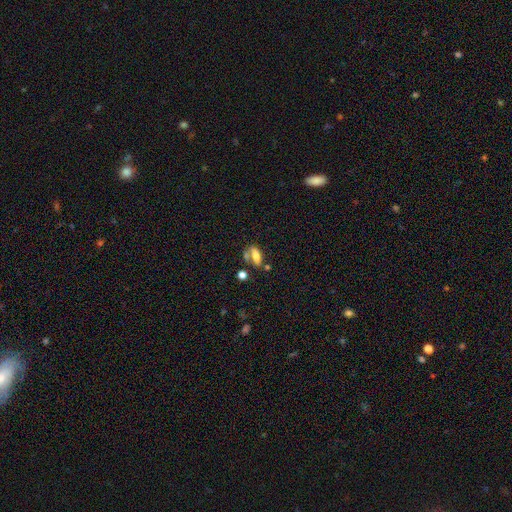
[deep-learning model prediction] A smooth galaxy with no disk features (68%) that is in between round and cigar-shaped (76%).

Vote fractions:
- Smooth or featured? smooth: 68% / featured or disk: 22% / star or artifact: 10%
- How rounded? in between: 76% / cigar-shaped: 19% / round: 6%
- Merging? none: 51% / merger: 24% / minor disturbance: 17% / major disturbance: 8%